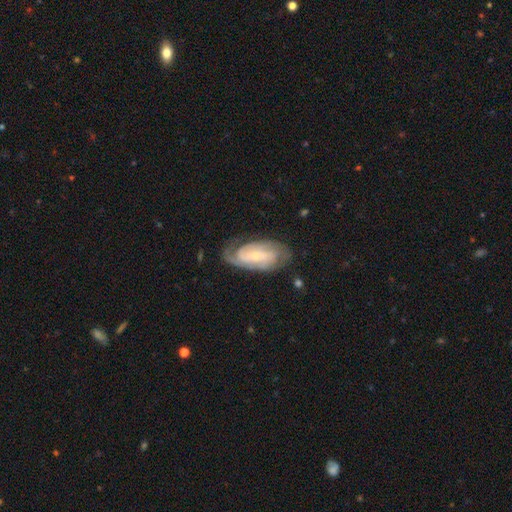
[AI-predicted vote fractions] A featured or disk galaxy (84%) with no bar (41%), 2 (49%) tight (57%) spiral arms (96%) and a small central bulge (71%).

Vote fractions:
- Smooth or featured? featured or disk: 84% / smooth: 11% / star or artifact: 5%
- Edge-on disk? no: 95% / yes: 5%
- Bar? no: 41% / weak: 40% / strong: 19%
- Spiral arms? yes: 96% / no: 4%
- Spiral winding? tight: 57% / medium: 35% / loose: 9%
- Spiral arm count? 2: 49% / can't tell: 22% / 3: 16% / 1: 5% / 4: 5% / more than 4: 3%
- Bulge size? small: 71% / moderate: 24% / none: 2% / large: 1% / dominant: 1%
- Merging? none: 71% / minor disturbance: 20% / major disturbance: 8% / merger: 1%